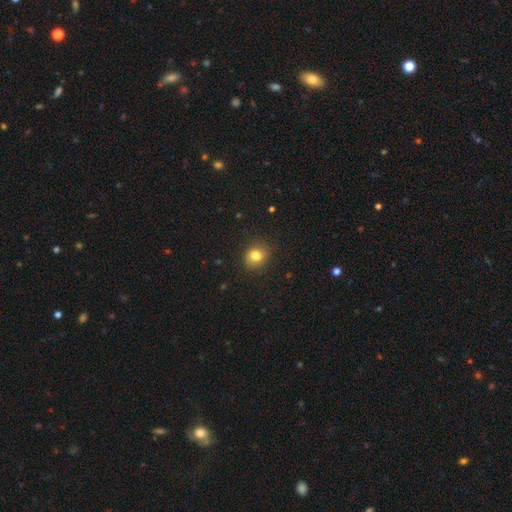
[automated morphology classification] smooth-or-featured: smooth: 80% | star or artifact: 11% | featured or disk: 9%
  how-rounded: round: 64% | in between: 35% | cigar-shaped: 1%
  merging: none: 79% | minor disturbance: 15% | major disturbance: 4% | merger: 2%